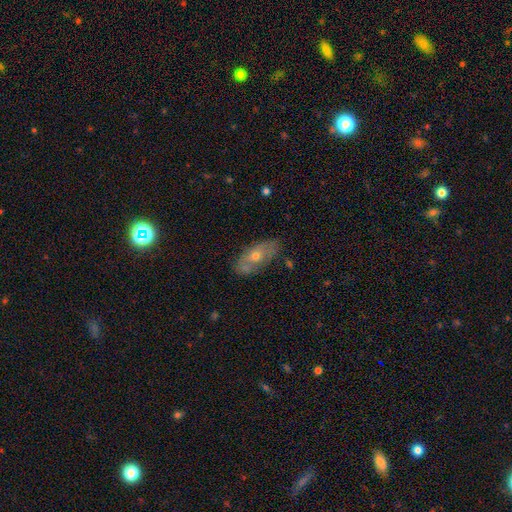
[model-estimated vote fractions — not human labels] smooth_or_featured: smooth (p=0.49) [alt: featured or disk p=0.43]
merging: none (p=0.68) [alt: minor disturbance p=0.22]